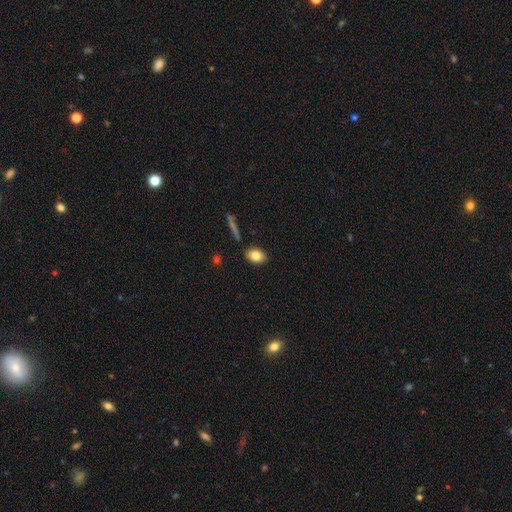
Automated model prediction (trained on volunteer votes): smooth 81%, featured or disk 11%, star or artifact 8%. Down the decision tree: how rounded — in between (82%); merging — none (86%).